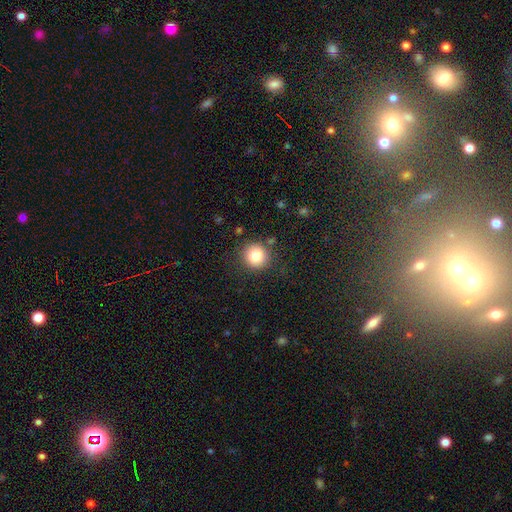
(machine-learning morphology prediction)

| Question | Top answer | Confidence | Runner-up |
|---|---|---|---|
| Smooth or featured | smooth | 82% | star or artifact (11%) |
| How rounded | round | 93% | in between (7%) |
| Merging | none | 86% | minor disturbance (9%) |